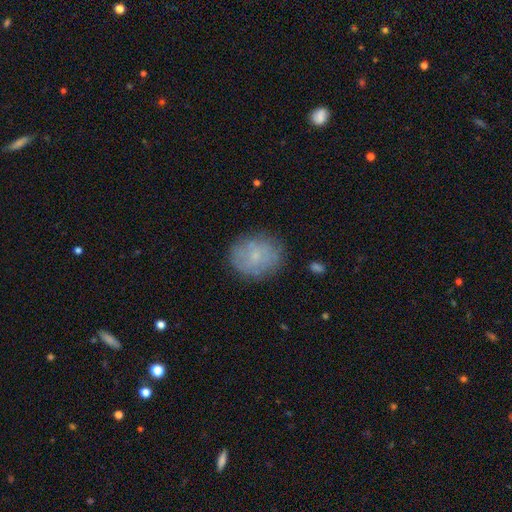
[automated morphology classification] smooth 65%, featured or disk 25%, star or artifact 9%. Down the decision tree: how rounded — round (63%); merging — none (77%).